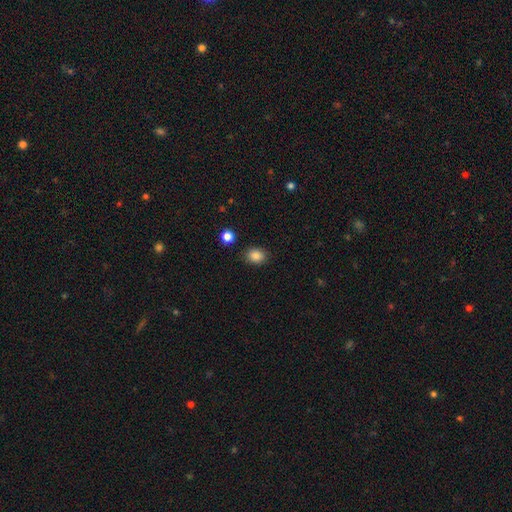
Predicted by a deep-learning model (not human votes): smooth_or_featured: smooth (p=0.85) [alt: star or artifact p=0.10]
how_rounded: round (p=0.53) [alt: in between p=0.46]
merging: none (p=0.87) [alt: minor disturbance p=0.09]